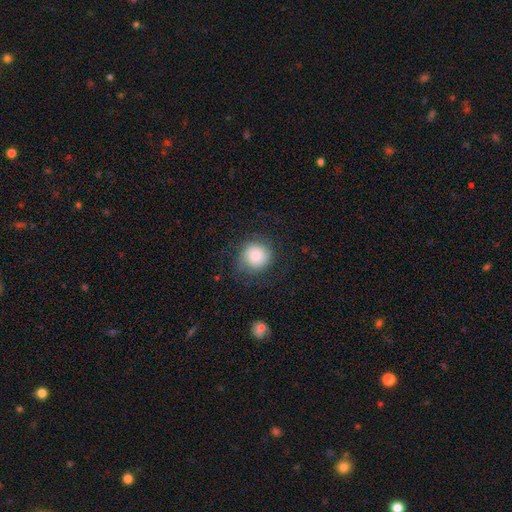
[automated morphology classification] This is likely a smooth galaxy (73%). How rounded: clearly round (90%). Merging: likely none (70%).